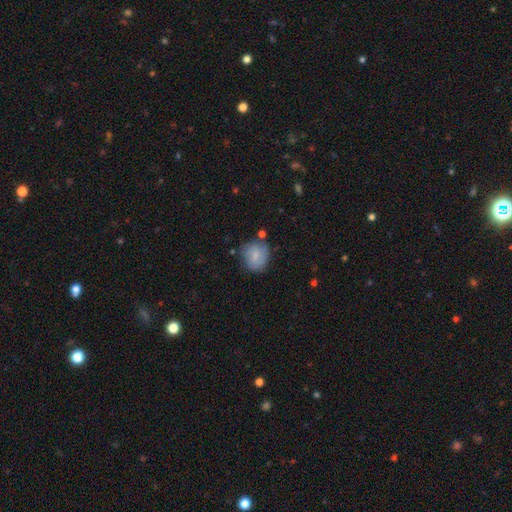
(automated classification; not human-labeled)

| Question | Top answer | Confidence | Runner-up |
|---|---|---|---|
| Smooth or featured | smooth | 73% | featured or disk (20%) |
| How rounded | round | 76% | in between (23%) |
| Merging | none | 65% | minor disturbance (23%) |